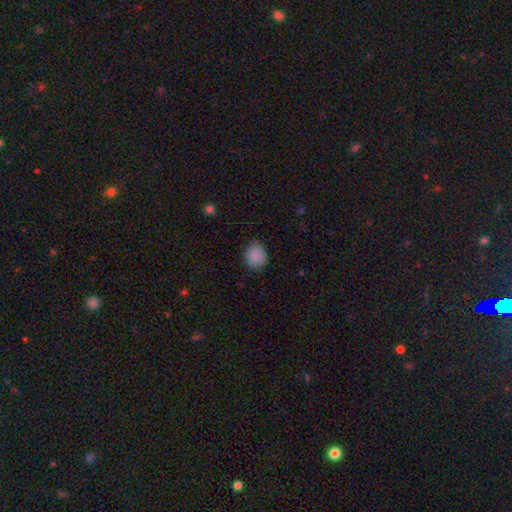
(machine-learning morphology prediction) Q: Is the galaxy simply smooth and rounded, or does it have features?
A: smooth — 88%.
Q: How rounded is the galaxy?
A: round — 76%.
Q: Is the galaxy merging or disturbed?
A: none — 81%.